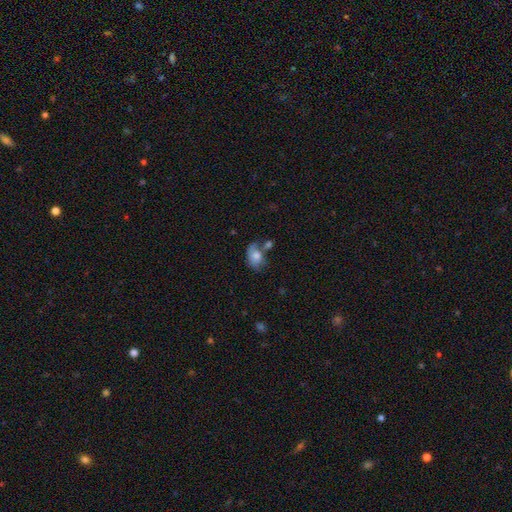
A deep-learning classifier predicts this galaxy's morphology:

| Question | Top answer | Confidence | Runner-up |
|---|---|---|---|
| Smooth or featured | smooth | 68% | featured or disk (23%) |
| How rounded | in between | 80% | round (18%) |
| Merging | none | 33% | merger (30%) |